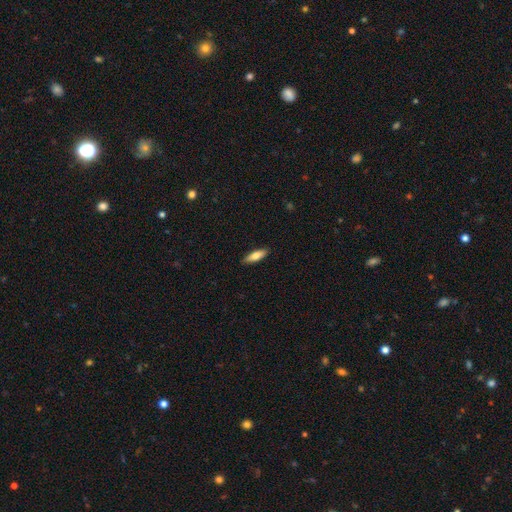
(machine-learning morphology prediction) This appears to be a smooth galaxy with no disk features (74%) that is cigar-shaped (49%, tied with in between). Merging: none (89%).